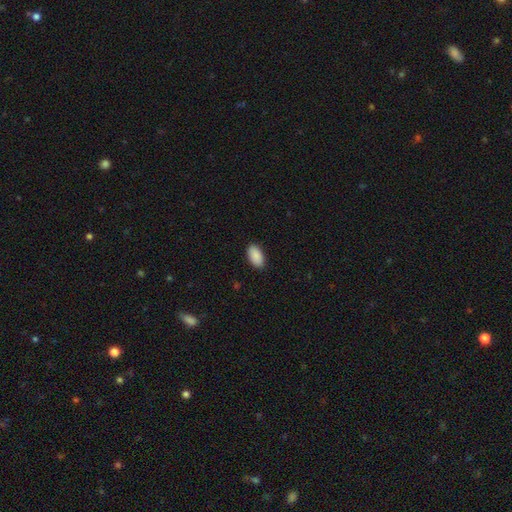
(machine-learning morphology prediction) Smooth or featured? Predicted: smooth (p=0.91). How rounded? Predicted: in between (p=0.95). Merging? Predicted: none (p=0.89).